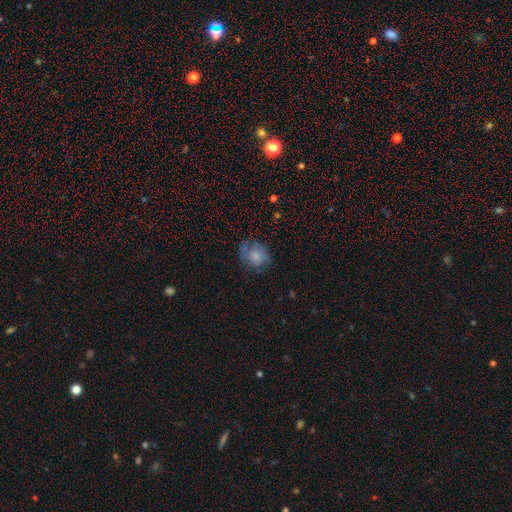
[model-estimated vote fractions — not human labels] Smooth or featured: smooth — 73% (featured or disk — 18%)
How rounded: round — 72% (in between — 27%)
Merging: none — 61% (minor disturbance — 25%)